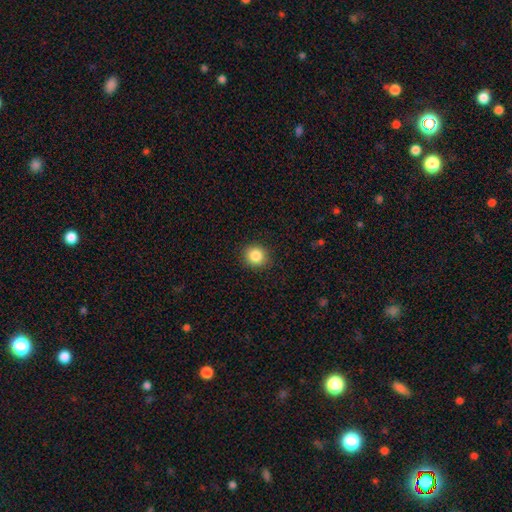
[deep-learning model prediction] The model was most divided on "how rounded": round: 86%, in between: 13%, cigar-shaped: 1%. More confident: merging — none (90%); smooth or featured — smooth (85%).